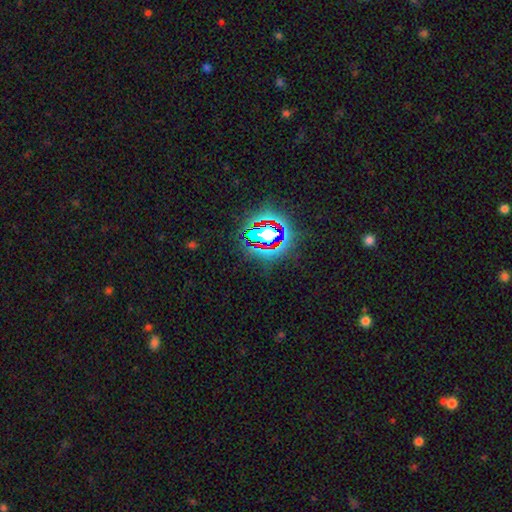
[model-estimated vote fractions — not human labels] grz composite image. It shows a star or artifact, not a galaxy (80%).